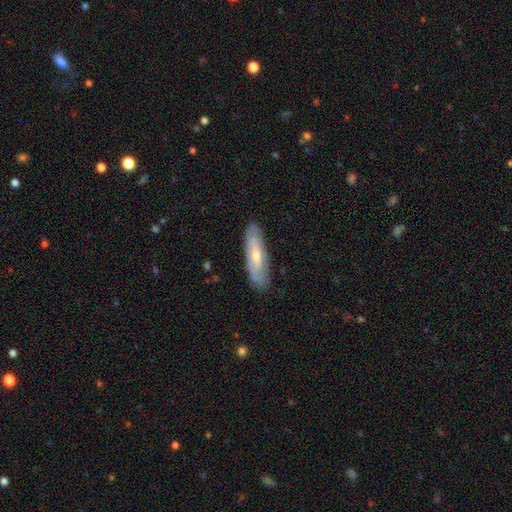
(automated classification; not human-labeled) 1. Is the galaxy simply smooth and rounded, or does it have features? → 50% featured or disk, 44% smooth, 6% star or artifact.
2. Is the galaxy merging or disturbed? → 83% none, 13% minor disturbance, 3% major disturbance, 1% merger.